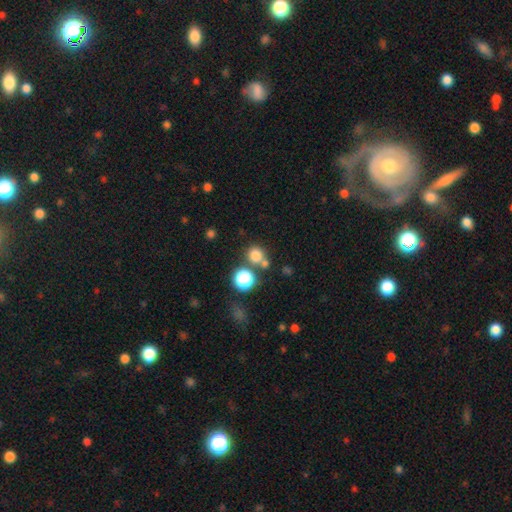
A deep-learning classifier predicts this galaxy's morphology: Overall: smooth (75%). How rounded: round (87%). Merging: none (64%).